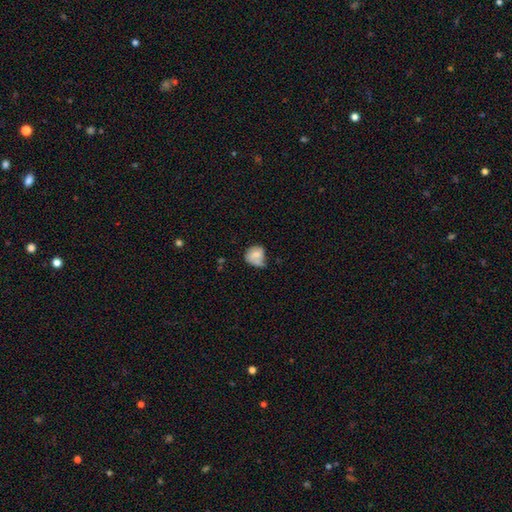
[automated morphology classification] type=smooth (63%); roundness=round (60%); merging=minor disturbance (35%, tied with none).